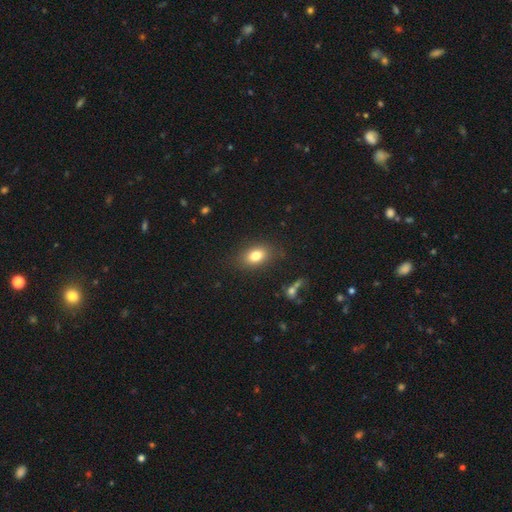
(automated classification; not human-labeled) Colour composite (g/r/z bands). It shows a smooth galaxy with no disk features (79%) that is in between round and cigar-shaped (80%). Merging: none (84%).